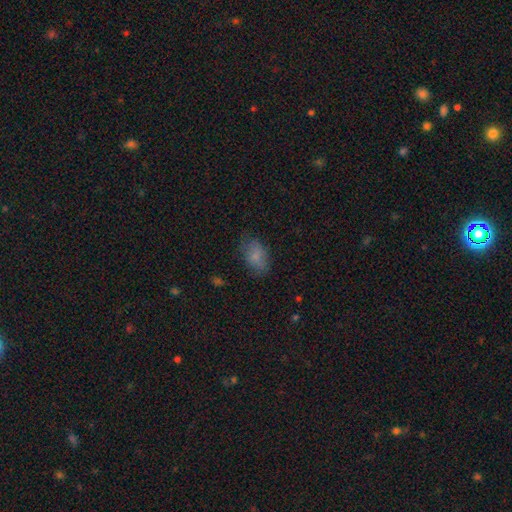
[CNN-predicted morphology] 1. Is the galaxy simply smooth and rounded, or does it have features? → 79% smooth, 12% featured or disk, 9% star or artifact.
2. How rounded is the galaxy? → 88% in between, 10% round, 2% cigar-shaped.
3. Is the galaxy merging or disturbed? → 70% none, 21% minor disturbance, 8% major disturbance, 1% merger.